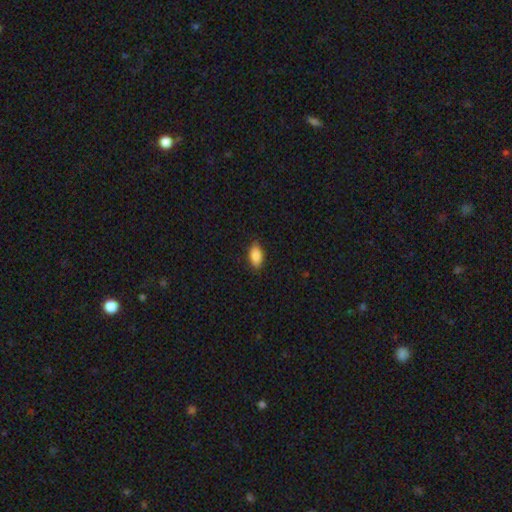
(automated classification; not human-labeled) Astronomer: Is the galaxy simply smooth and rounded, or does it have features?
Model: smooth — 88%.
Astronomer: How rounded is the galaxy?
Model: in between — 91%.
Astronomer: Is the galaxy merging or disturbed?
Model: none — 83%.